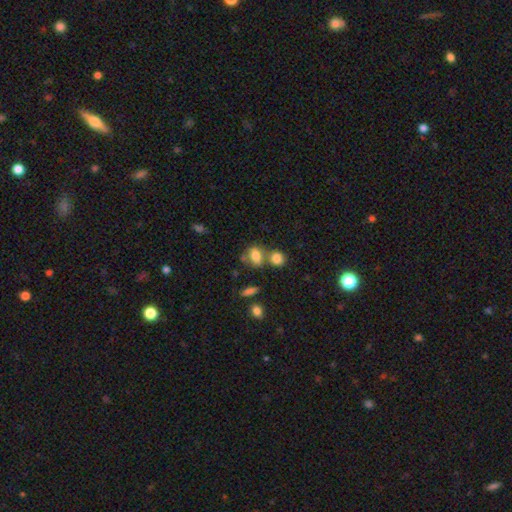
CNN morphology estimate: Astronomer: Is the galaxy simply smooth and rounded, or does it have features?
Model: smooth — 79%.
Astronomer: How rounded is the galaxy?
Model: in between — 72%.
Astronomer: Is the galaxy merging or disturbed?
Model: none — 49% (runner-up: merger, 32%).